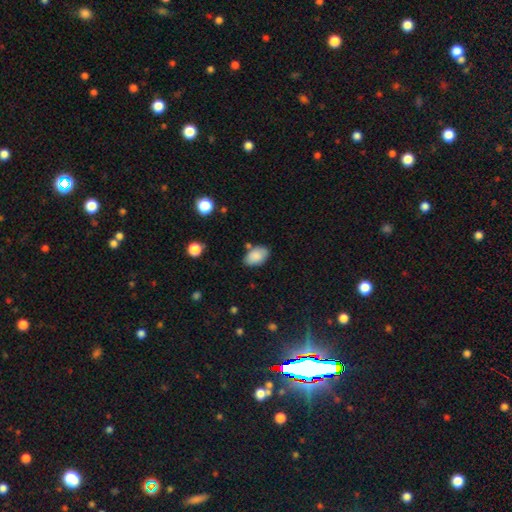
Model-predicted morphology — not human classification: smooth 86%, star or artifact 7%, featured or disk 7%. Down the decision tree: how rounded — in between (92%); merging — none (74%).